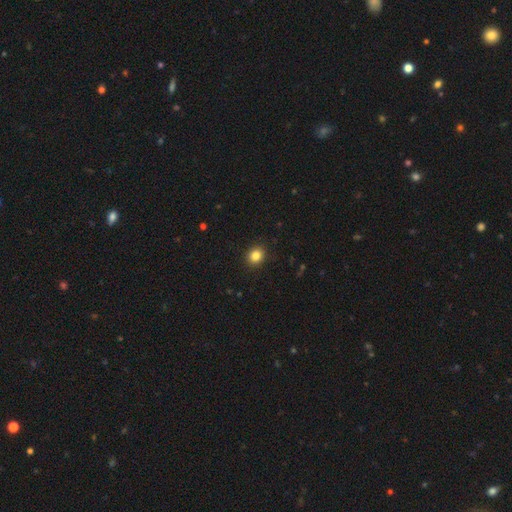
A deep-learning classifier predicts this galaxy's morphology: Smooth or featured? smooth (84%)
How rounded? round (69%)
Merging? none (92%)